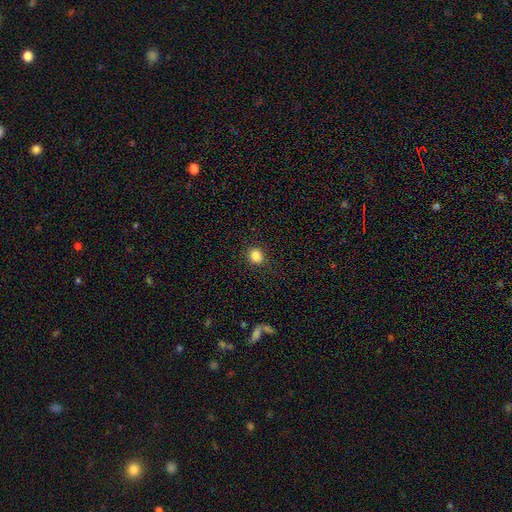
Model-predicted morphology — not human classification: This appears to be a smooth galaxy with no disk features (85%) that is round (71%). Merging: none (88%).